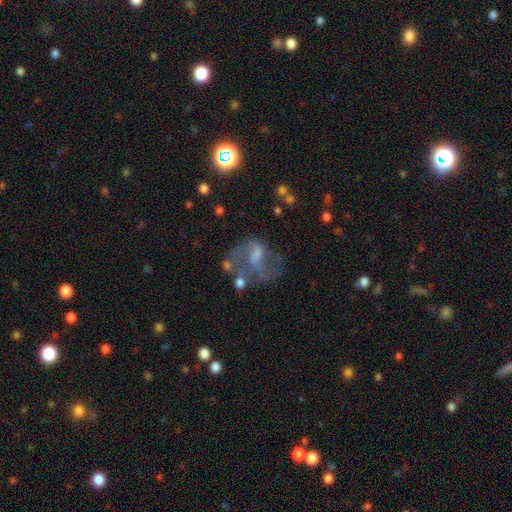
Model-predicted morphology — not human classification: A featured or disk galaxy (62%) with a weak bar (48%), spiral arms (69%) and a small central bulge (31%, tied with moderate).

Vote fractions:
- Smooth or featured? featured or disk: 62% / smooth: 21% / star or artifact: 17%
- Edge-on disk? no: 96% / yes: 4%
- Bar? weak: 48% / no: 33% / strong: 19%
- Spiral arms? yes: 69% / no: 31%
- Bulge size? small: 31% (tied) / moderate: 31% (tied) / none: 30% / large: 6% / dominant: 1%
- Merging? none: 45% / major disturbance: 27% / minor disturbance: 19% / merger: 10%